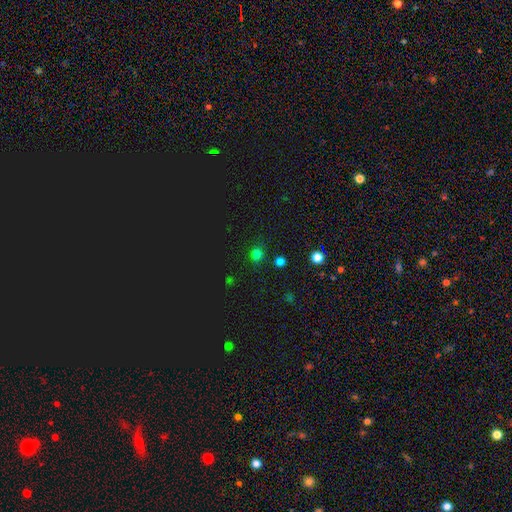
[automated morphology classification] Q: Smooth or featured?
A: smooth (67%); runner-up: star or artifact (28%)
Q: How rounded?
A: round (75%); runner-up: in between (23%)
Q: Merging?
A: none (80%); runner-up: minor disturbance (12%)